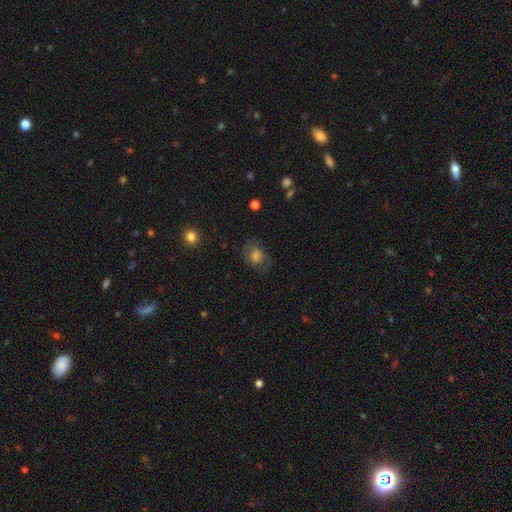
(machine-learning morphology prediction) A smooth galaxy with no disk features (51%) that is in between round and cigar-shaped (51%).

Vote fractions:
- Smooth or featured? smooth: 51% / featured or disk: 35% / star or artifact: 14%
- How rounded? in between: 51% / round: 48% / cigar-shaped: 1%
- Merging? none: 67% / minor disturbance: 19% / major disturbance: 13% / merger: 2%